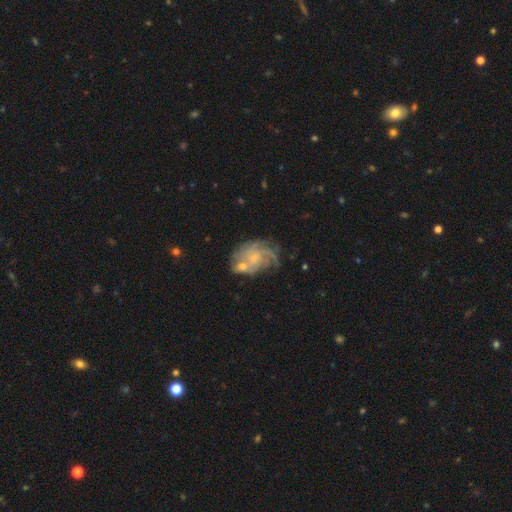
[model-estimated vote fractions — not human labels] Morphology: type=featured or disk (73%); edge-on=no (98%); bar=no (74%); spiral arms=yes (85%); winding=tight (46%); arm count=can't tell (44%); bulge=small (67%); merging=none (36%).